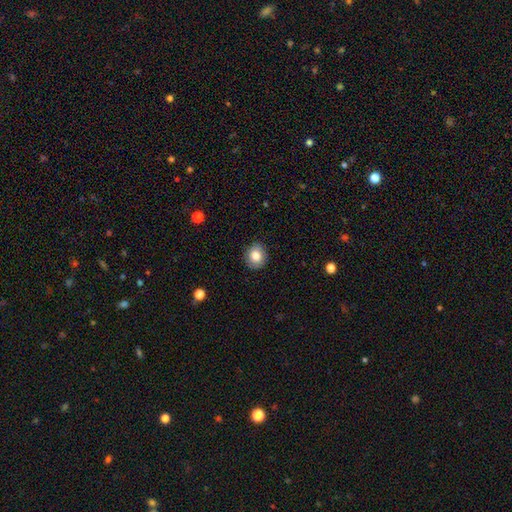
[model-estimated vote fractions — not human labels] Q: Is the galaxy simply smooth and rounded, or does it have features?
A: smooth — 82%.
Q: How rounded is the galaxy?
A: round — 73%.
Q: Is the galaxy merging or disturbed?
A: none — 87%.